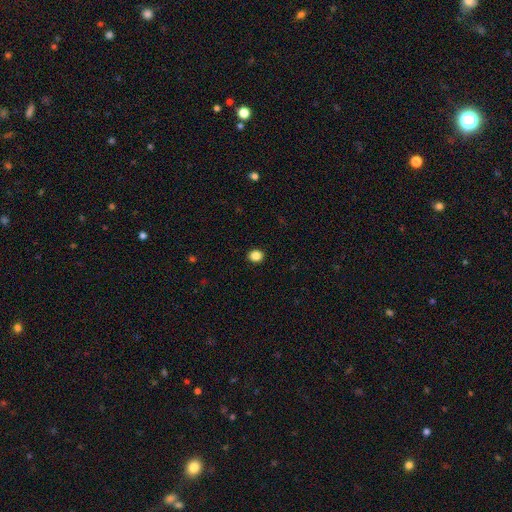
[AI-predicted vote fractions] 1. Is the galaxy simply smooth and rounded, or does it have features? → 86% smooth, 10% star or artifact, 4% featured or disk.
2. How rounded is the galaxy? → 79% round, 20% in between, 1% cigar-shaped.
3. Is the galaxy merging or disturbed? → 93% none, 5% minor disturbance, 2% major disturbance, 1% merger.